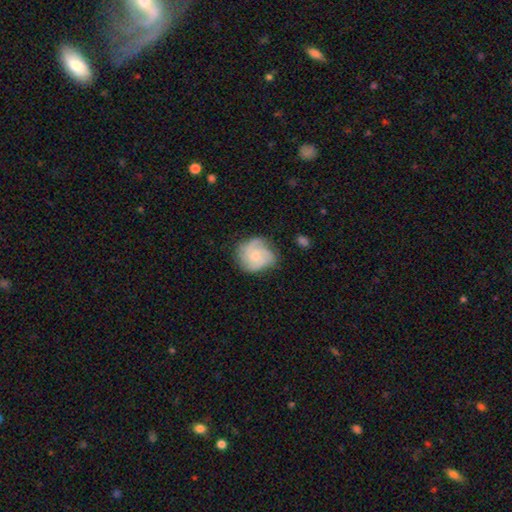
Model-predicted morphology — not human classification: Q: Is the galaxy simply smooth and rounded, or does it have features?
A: featured or disk — 65%.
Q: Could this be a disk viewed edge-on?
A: no — 98%.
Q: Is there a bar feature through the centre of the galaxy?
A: no — 79%.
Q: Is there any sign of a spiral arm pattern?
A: yes — 90%.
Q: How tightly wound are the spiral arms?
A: tight — 48%.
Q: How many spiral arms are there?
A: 3 — 47%.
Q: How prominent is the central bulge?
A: small — 50%.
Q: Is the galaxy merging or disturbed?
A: none — 66%.